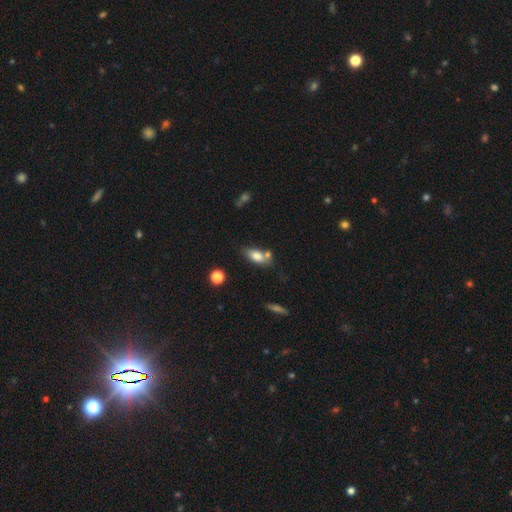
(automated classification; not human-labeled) Smooth or featured: smooth — 75% (featured or disk — 16%)
How rounded: in between — 84% (cigar-shaped — 11%)
Merging: none — 56% (merger — 23%)